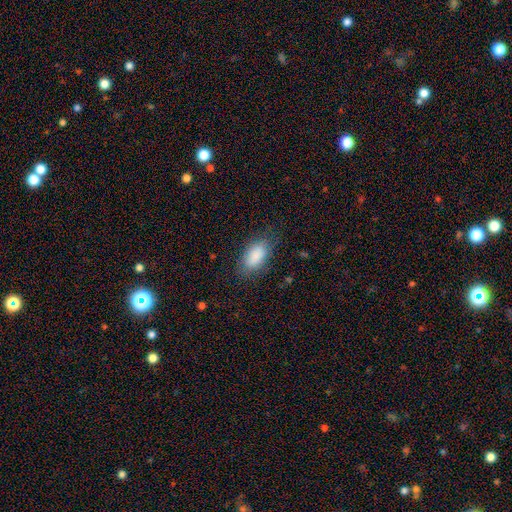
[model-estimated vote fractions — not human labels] Smooth or featured? Predicted: smooth (p=0.87). How rounded? Predicted: in between (p=0.93). Merging? Predicted: none (p=0.76).